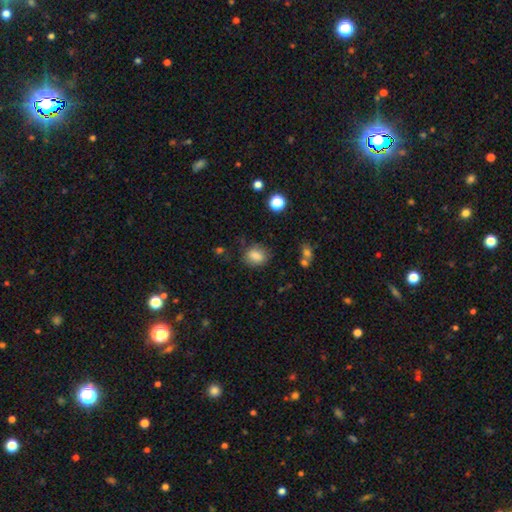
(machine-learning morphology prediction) Smooth or featured?
  - smooth: 83% *
  - star or artifact: 10%
  - featured or disk: 7%
How rounded?
  - in between: 51% *
  - round: 48%
  - cigar-shaped: 1%
Merging?
  - none: 76% *
  - minor disturbance: 17%
  - major disturbance: 5%
  - merger: 3%